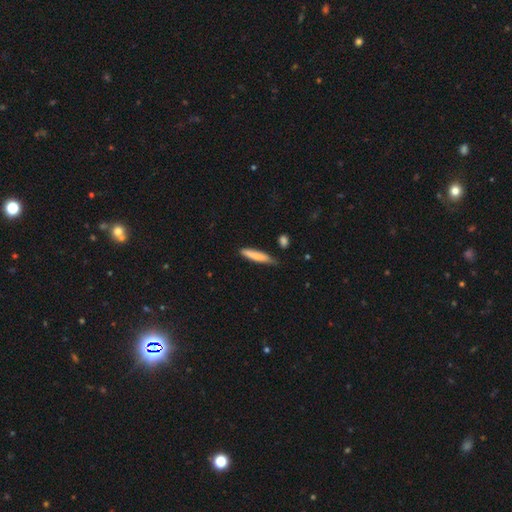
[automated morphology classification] Smooth or featured? Predicted: smooth (p=0.80). How rounded? Predicted: cigar-shaped (p=0.88). Merging? Predicted: none (p=0.67).